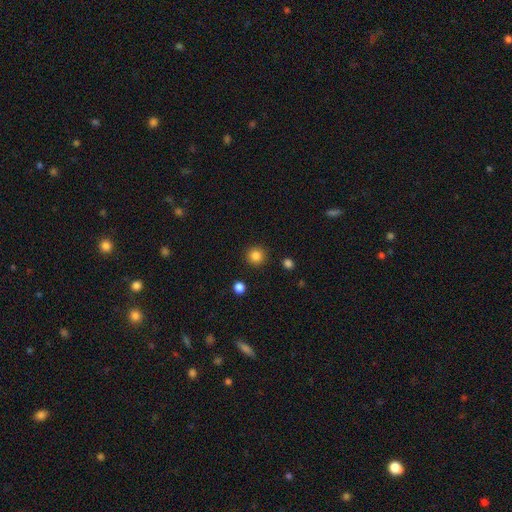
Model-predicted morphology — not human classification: type=smooth (85%); roundness=round (94%); merging=none (91%).